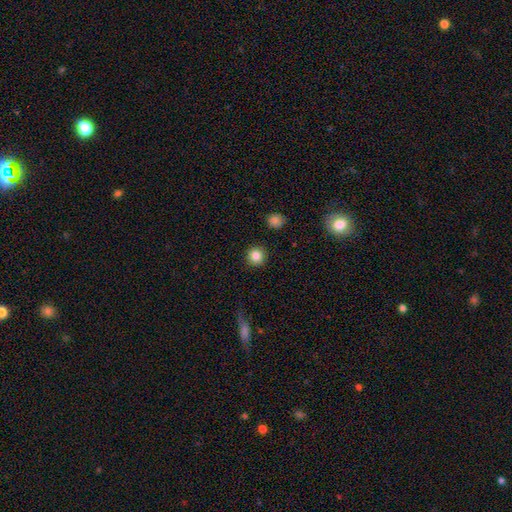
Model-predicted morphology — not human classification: The model was most divided on "smooth or featured": smooth: 85%, star or artifact: 10%, featured or disk: 5%. More confident: how rounded — round (94%); merging — none (92%).